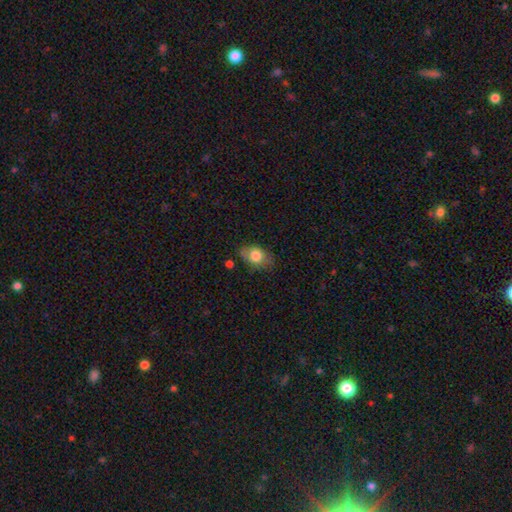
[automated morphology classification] This is likely a smooth galaxy (78%). How rounded: likely in between (77%). Merging: likely none (68%).